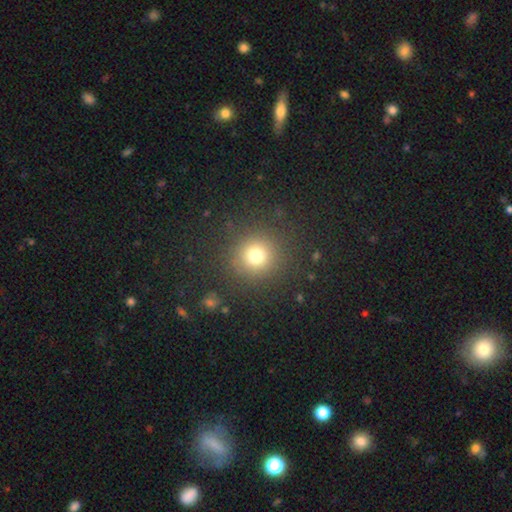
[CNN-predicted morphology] A smooth galaxy with no disk features (75%) that is round (93%). Merging: none (86%).